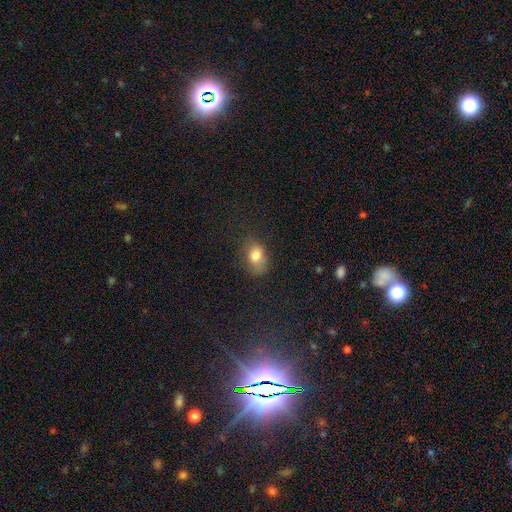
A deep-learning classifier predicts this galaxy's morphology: Smooth or featured? Predicted: smooth (p=0.79). How rounded? Predicted: in between (p=0.77). Merging? Predicted: none (p=0.64).